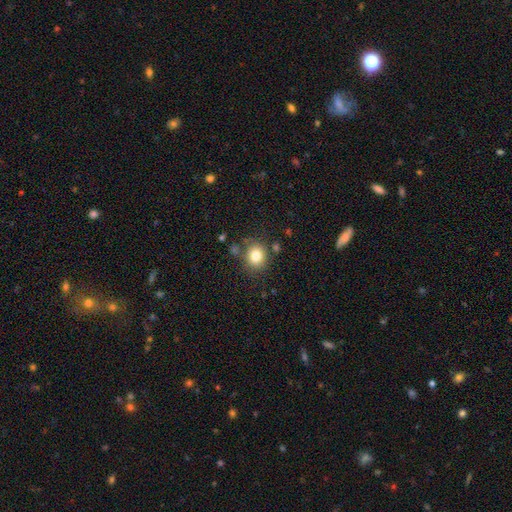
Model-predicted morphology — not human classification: Smooth or featured? Predicted: smooth (p=0.81). How rounded? Predicted: round (p=0.73). Merging? Predicted: none (p=0.78).